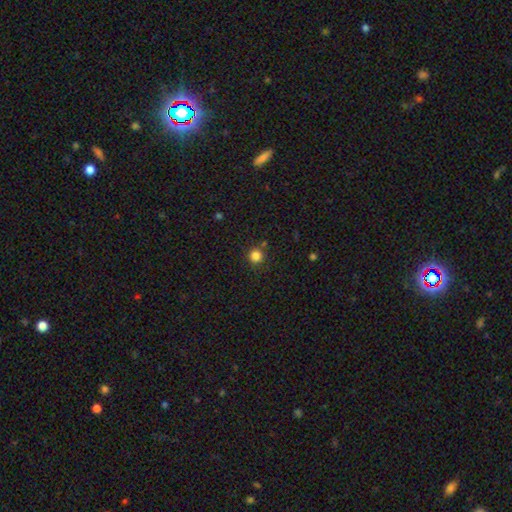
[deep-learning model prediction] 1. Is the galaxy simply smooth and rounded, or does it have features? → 83% smooth, 13% star or artifact, 4% featured or disk.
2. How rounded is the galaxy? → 94% round, 5% in between, 1% cigar-shaped.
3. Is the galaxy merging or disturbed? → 84% none, 8% minor disturbance, 5% merger, 3% major disturbance.